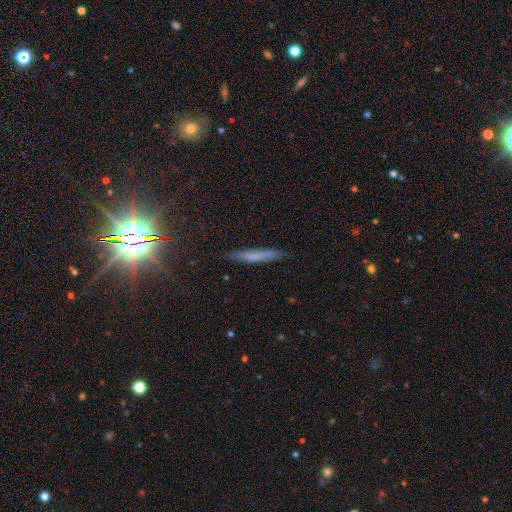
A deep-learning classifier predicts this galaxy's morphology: A smooth galaxy with no disk features (64%) that is cigar-shaped (94%). Merging: none (85%).